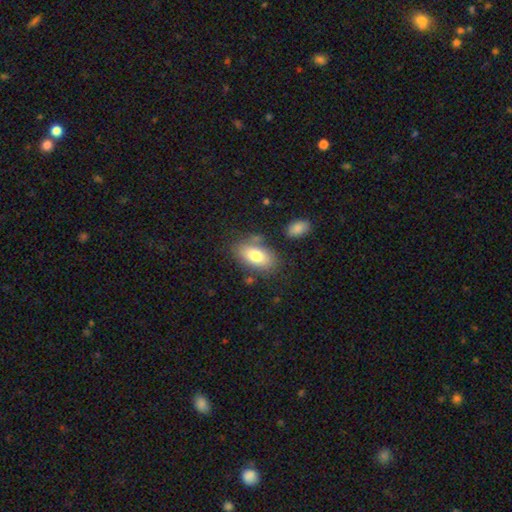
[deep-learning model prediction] Q: Smooth or featured?
A: smooth (78%); runner-up: featured or disk (15%)
Q: How rounded?
A: in between (92%); runner-up: round (6%)
Q: Merging?
A: none (73%); runner-up: minor disturbance (15%)